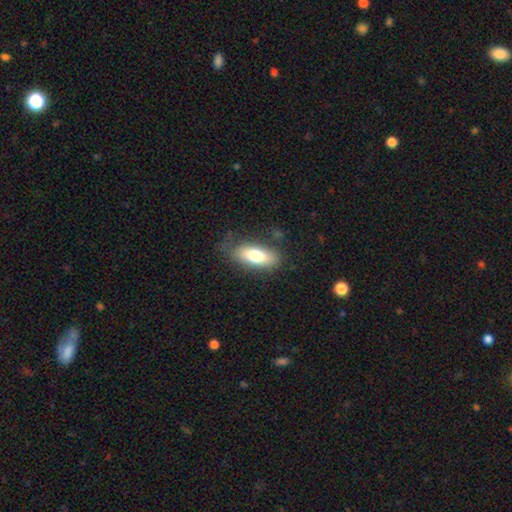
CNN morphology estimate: A smooth galaxy with no disk features (72%) that is in between round and cigar-shaped (77%).

Vote fractions:
- Smooth or featured? smooth: 72% / featured or disk: 21% / star or artifact: 7%
- How rounded? in between: 77% / cigar-shaped: 20% / round: 4%
- Merging? none: 75% / minor disturbance: 17% / major disturbance: 6% / merger: 2%